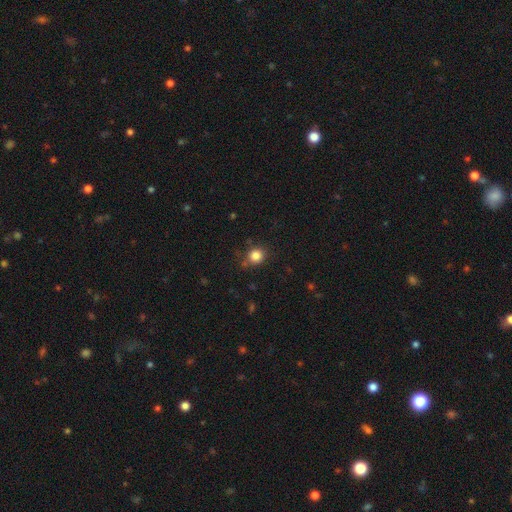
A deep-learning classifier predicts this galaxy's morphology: This appears to be a smooth galaxy with no disk features (83%) that is round (85%). Merging: none (77%).